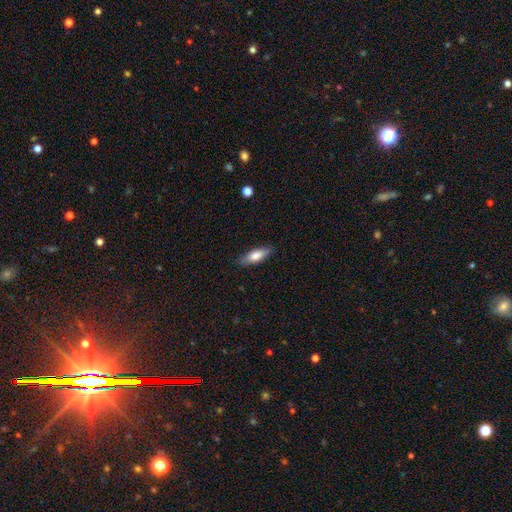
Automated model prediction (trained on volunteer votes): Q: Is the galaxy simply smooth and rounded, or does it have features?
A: smooth — 75%.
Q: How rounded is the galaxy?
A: in between — 56%.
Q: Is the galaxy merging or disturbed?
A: none — 85%.